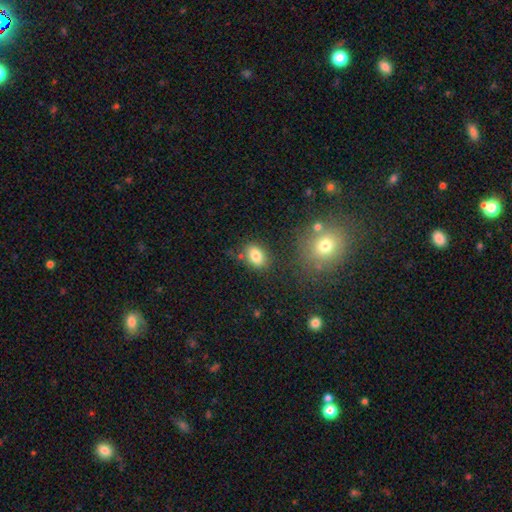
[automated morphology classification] A smooth galaxy with no disk features (81%) that is in between round and cigar-shaped (80%). Merging: none (76%).